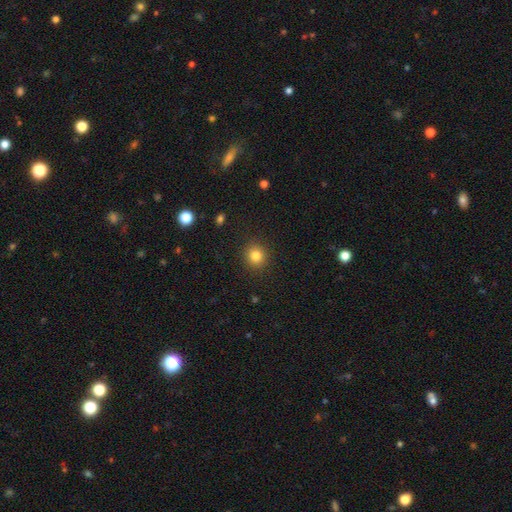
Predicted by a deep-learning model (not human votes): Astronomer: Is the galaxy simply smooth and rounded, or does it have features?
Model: smooth — 83%.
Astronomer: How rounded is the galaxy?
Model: round — 88%.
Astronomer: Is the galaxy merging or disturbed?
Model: none — 90%.